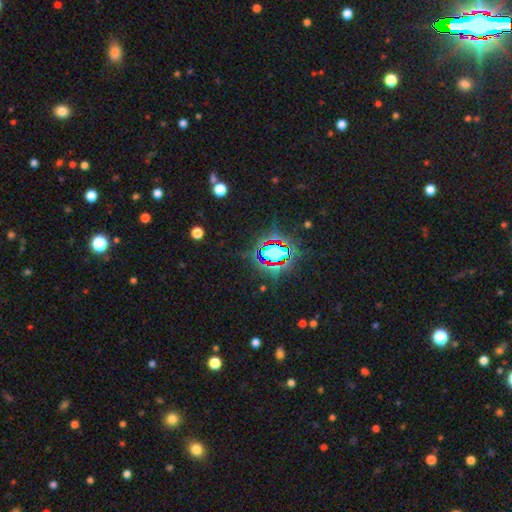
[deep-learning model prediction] Smooth or featured?
  - star or artifact: 83% *
  - smooth: 10%
  - featured or disk: 7%